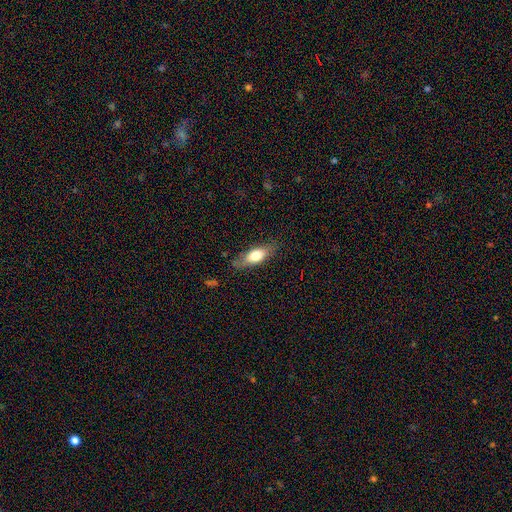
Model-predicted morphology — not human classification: Smooth or featured? smooth (68%)
How rounded? in between (68%)
Merging? none (73%)